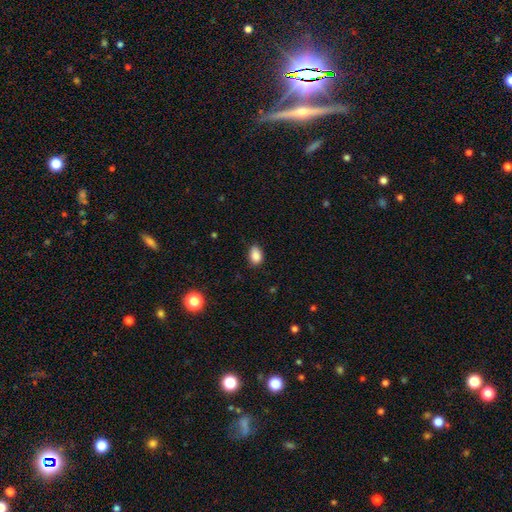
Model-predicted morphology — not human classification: This is clearly a smooth galaxy (87%). How rounded: clearly in between (81%). Merging: likely none (79%).